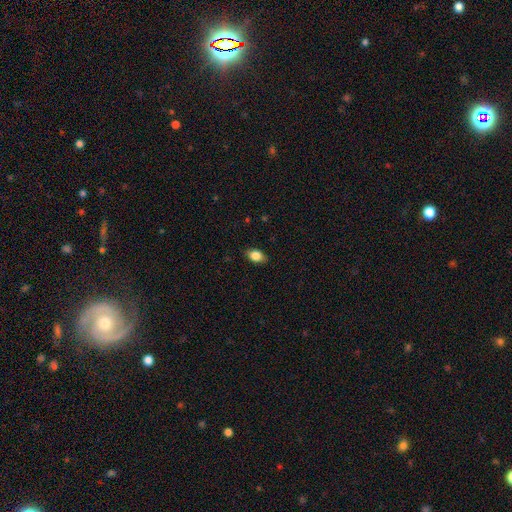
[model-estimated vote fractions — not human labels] A smooth galaxy with no disk features (85%) that is in between round and cigar-shaped (84%). Merging: none (85%).